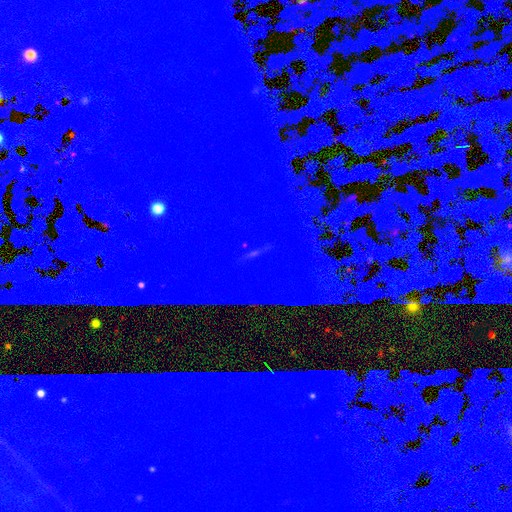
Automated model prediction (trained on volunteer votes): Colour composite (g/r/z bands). It shows a star or artifact, not a galaxy (88%).